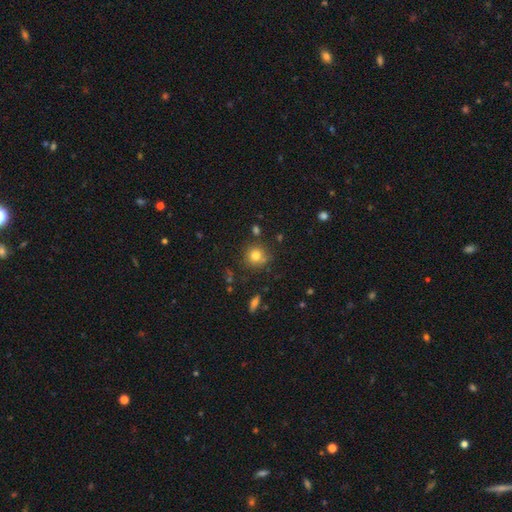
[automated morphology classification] Smooth or featured?
  - smooth: 78% *
  - star or artifact: 13%
  - featured or disk: 9%
How rounded?
  - round: 90% *
  - in between: 9%
  - cigar-shaped: 1%
Merging?
  - none: 77% *
  - minor disturbance: 12%
  - merger: 8%
  - major disturbance: 3%